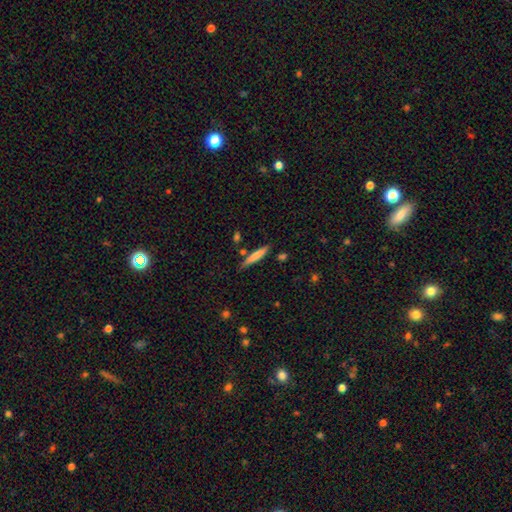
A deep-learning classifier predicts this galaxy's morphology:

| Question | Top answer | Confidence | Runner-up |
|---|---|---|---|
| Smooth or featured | smooth | 72% | featured or disk (22%) |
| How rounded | cigar-shaped | 91% | in between (8%) |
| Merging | none | 76% | minor disturbance (15%) |